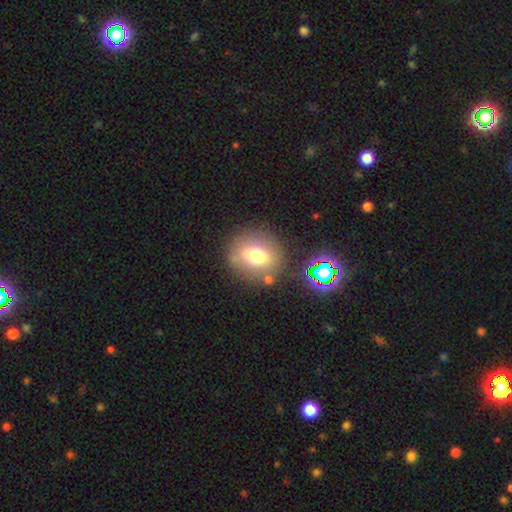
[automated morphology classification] Smooth or featured? smooth (67%)
How rounded? round (79%)
Merging? none (79%)